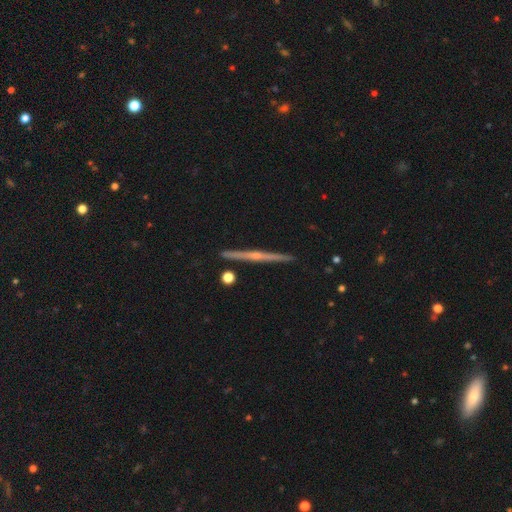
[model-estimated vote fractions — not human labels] Smooth or featured: featured or disk — 81% (smooth — 14%)
Edge-on disk: yes — 99% (no — 1%)
Edge-on bulge: rounded — 69% (none — 25%)
Merging: none — 92% (minor disturbance — 6%)